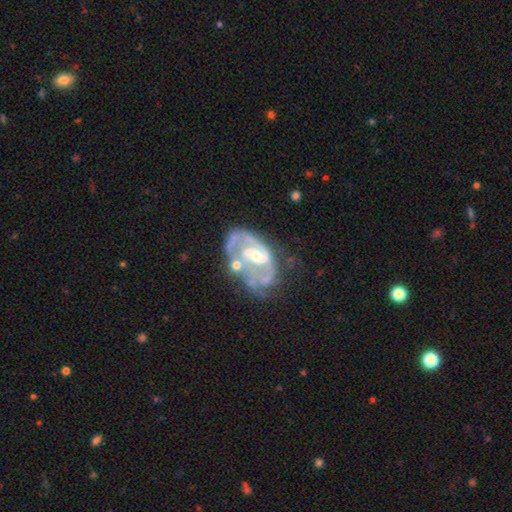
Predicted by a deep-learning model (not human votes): Smooth or featured?
  - featured or disk: 85% *
  - smooth: 9%
  - star or artifact: 6%
Edge-on disk?
  - no: 97% *
  - yes: 3%
Bar?
  - weak: 43% *
  - no: 42%
  - strong: 15%
Spiral arms?
  - yes: 83% *
  - no: 17%
Spiral winding?
  - tight: 44% *
  - medium: 40%
  - loose: 16%
Spiral arm count?
  - 2: 45% *
  - can't tell: 28%
  - 3: 11%
  - 1: 10%
  - 4: 3%
  - more than 4: 3%
Bulge size?
  - moderate: 53% *
  - small: 40%
  - large: 3%
  - none: 3%
  - dominant: 1%
Merging?
  - none: 38% *
  - major disturbance: 25%
  - minor disturbance: 23%
  - merger: 14%